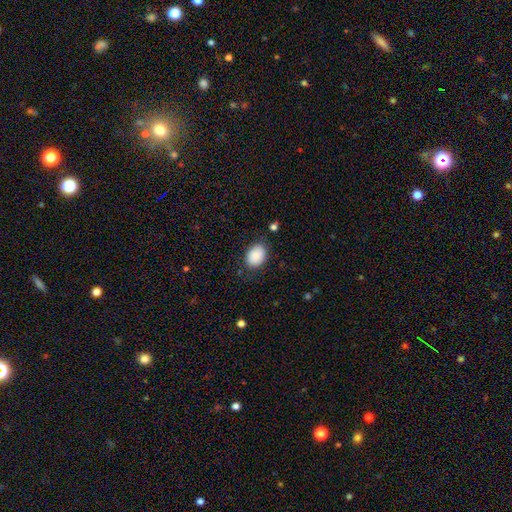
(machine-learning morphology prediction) This appears to be a smooth galaxy with no disk features (89%) that is in between round and cigar-shaped (70%). Merging: none (80%).